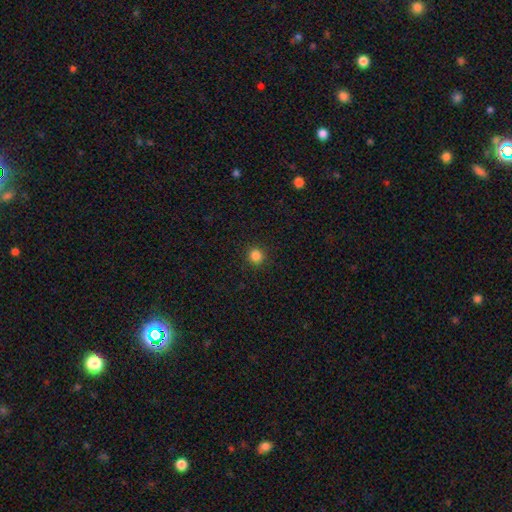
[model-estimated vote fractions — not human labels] This is clearly a smooth galaxy (85%). How rounded: clearly round (94%). Merging: clearly none (91%).